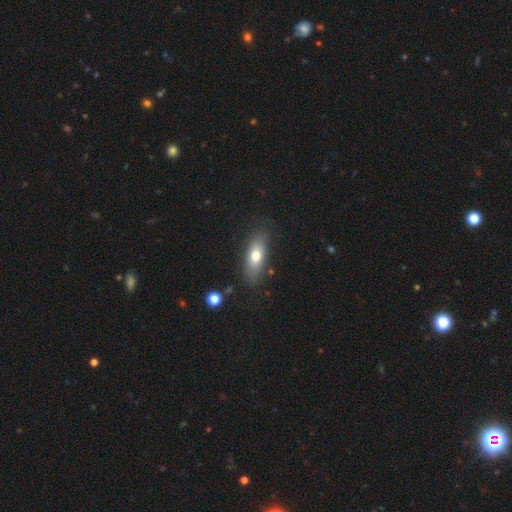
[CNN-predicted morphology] This appears to be a smooth galaxy with no disk features (69%) that is in between round and cigar-shaped (72%). Merging: none (82%).